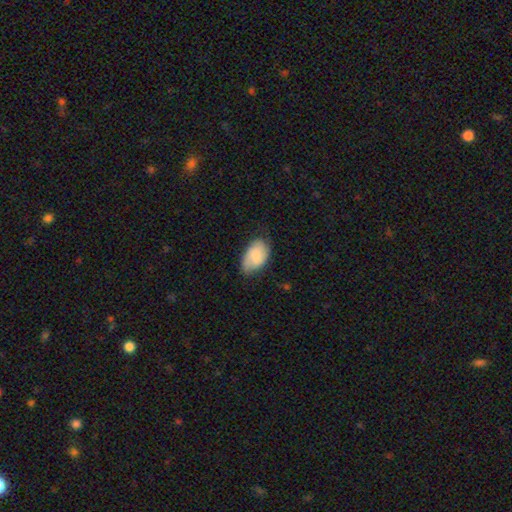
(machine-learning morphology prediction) Smooth or featured? Predicted: smooth (p=0.76). How rounded? Predicted: in between (p=0.93). Merging? Predicted: none (p=0.64).